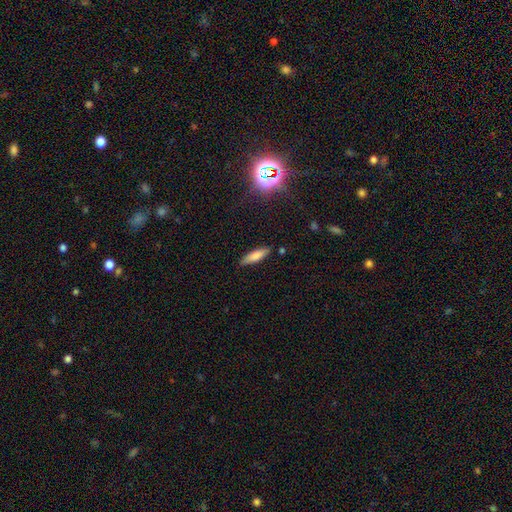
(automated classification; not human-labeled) Smooth or featured? smooth (77%)
How rounded? cigar-shaped (63%)
Merging? none (83%)